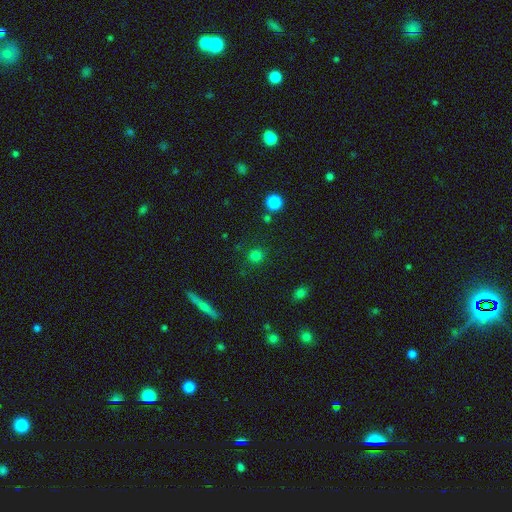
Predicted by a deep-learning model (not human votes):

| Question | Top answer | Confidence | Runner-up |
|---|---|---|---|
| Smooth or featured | smooth | 78% | star or artifact (17%) |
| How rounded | round | 90% | in between (9%) |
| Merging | none | 86% | minor disturbance (8%) |